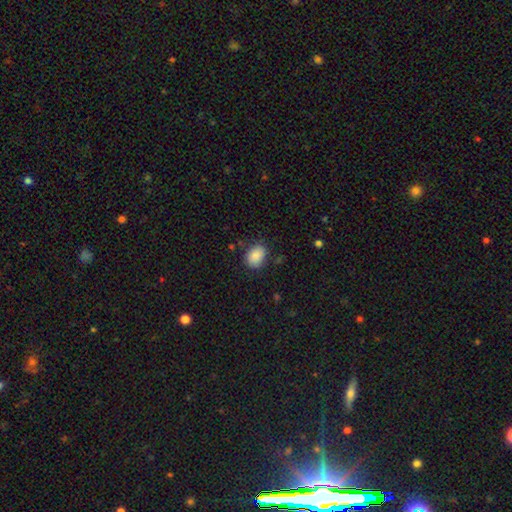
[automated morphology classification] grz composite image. It shows a smooth galaxy with no disk features (86%) that is in between round and cigar-shaped (68%). Merging: none (78%).